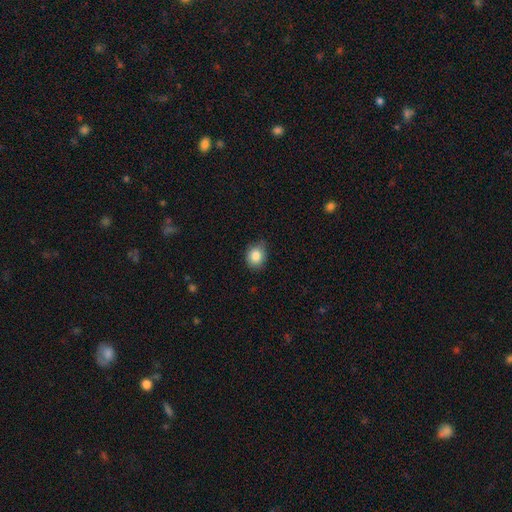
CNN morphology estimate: Smooth or featured? Predicted: smooth (p=0.84). How rounded? Predicted: round (p=0.58). Merging? Predicted: none (p=0.74).